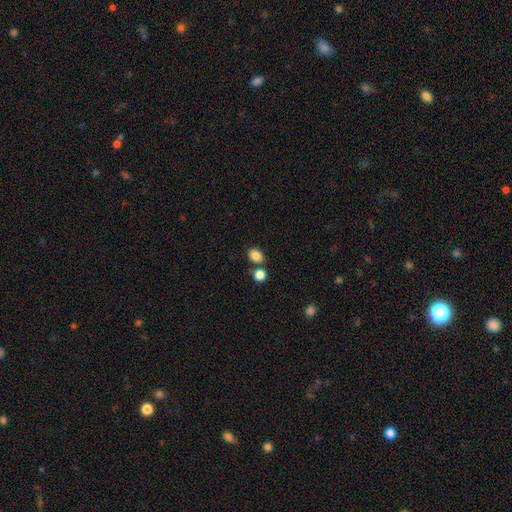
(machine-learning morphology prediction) Smooth or featured?
  - smooth: 85% *
  - star or artifact: 10%
  - featured or disk: 5%
How rounded?
  - in between: 56% *
  - round: 43%
  - cigar-shaped: 1%
Merging?
  - none: 64% *
  - merger: 22%
  - minor disturbance: 10%
  - major disturbance: 3%